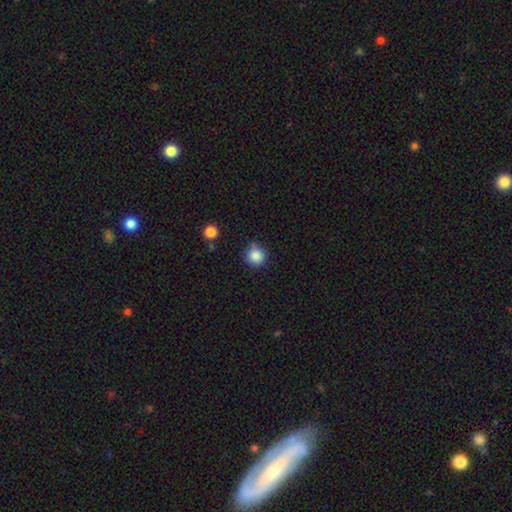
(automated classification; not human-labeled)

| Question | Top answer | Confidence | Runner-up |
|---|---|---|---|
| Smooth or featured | smooth | 86% | star or artifact (10%) |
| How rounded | round | 94% | in between (6%) |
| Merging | none | 76% | minor disturbance (15%) |